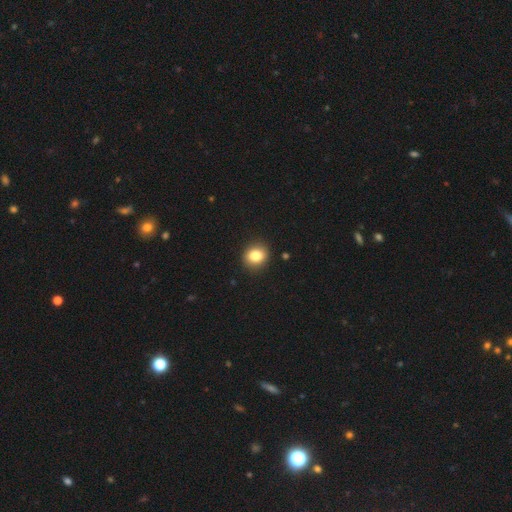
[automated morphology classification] smooth 83%, star or artifact 10%, featured or disk 7%. Down the decision tree: how rounded — round (72%); merging — none (90%).